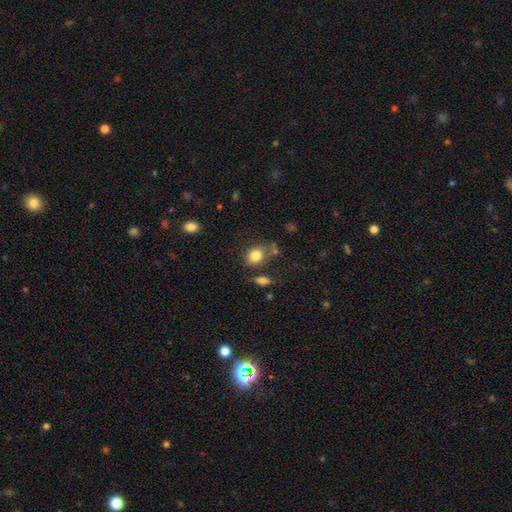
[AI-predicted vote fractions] This is clearly a smooth galaxy (82%). How rounded: likely round (60%). Merging: likely none (62%).